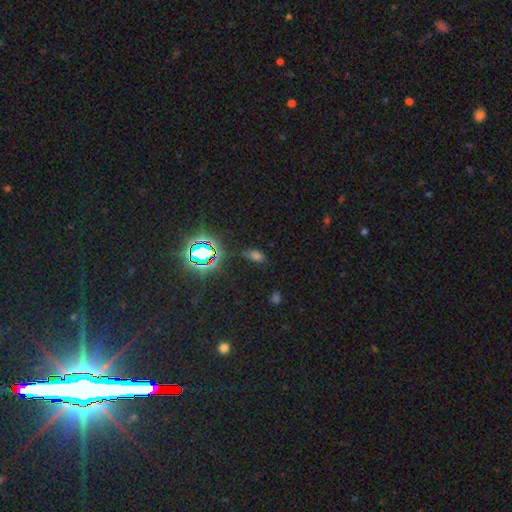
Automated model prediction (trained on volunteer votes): This is possibly a smooth galaxy (49%). Merging: likely none (74%).